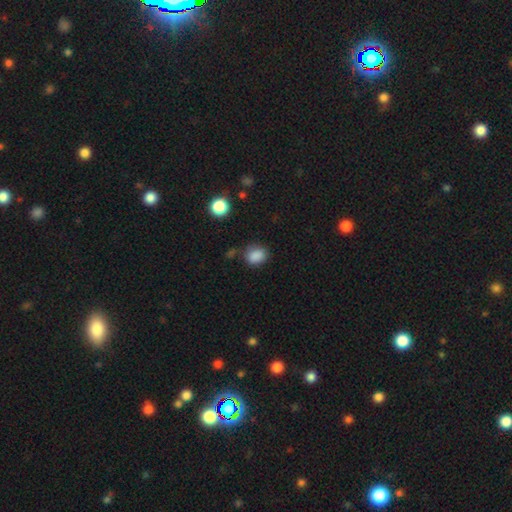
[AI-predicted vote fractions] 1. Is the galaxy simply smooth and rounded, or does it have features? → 86% smooth, 11% star or artifact, 4% featured or disk.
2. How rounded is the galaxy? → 53% round, 46% in between, 1% cigar-shaped.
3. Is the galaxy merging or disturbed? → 73% none, 18% minor disturbance, 5% major disturbance, 4% merger.